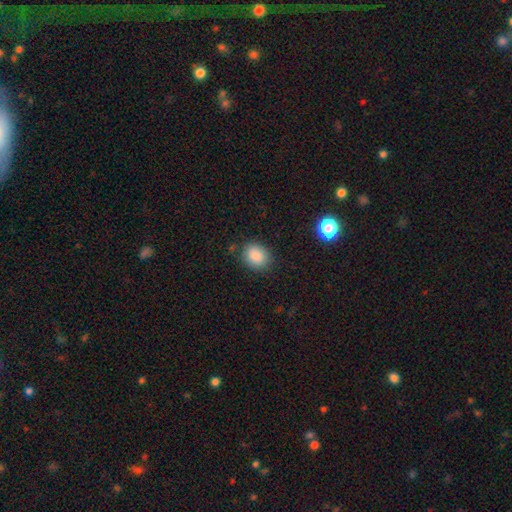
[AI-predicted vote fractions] The model was most divided on "how rounded": round: 60%, in between: 39%, cigar-shaped: 1%. More confident: smooth or featured — smooth (87%); merging — none (83%).